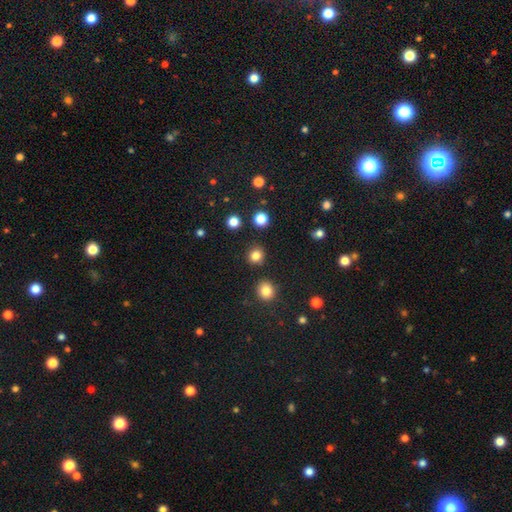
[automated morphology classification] smooth 83%, star or artifact 13%, featured or disk 4%. Down the decision tree: how rounded — round (86%); merging — none (88%).